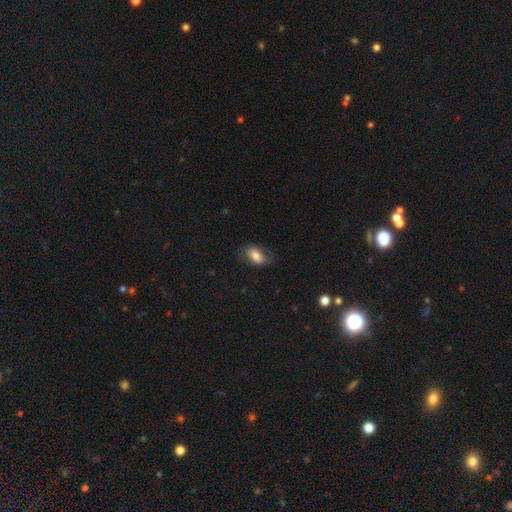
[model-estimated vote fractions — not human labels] smooth 77%, featured or disk 15%, star or artifact 7%. Down the decision tree: how rounded — in between (90%); merging — none (68%).